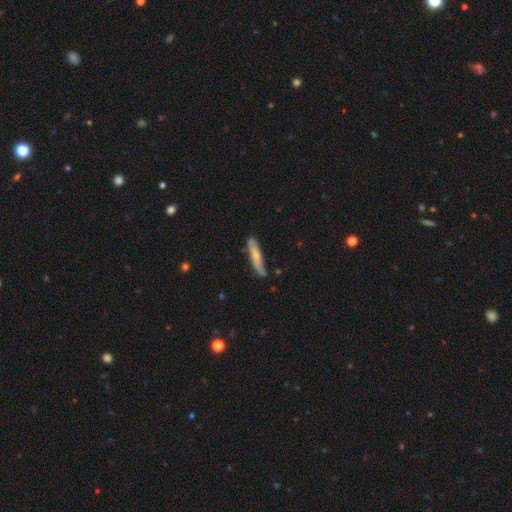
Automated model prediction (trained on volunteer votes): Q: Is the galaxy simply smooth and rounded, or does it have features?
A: smooth — 58%.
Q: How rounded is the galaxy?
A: cigar-shaped — 90%.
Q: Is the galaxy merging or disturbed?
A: none — 71%.